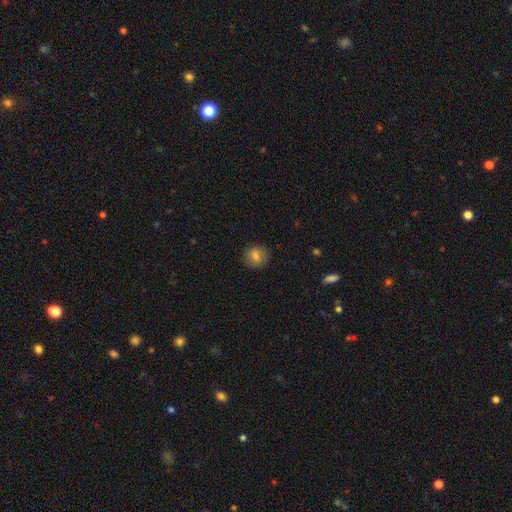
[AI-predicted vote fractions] smooth-or-featured: smooth: 80% | featured or disk: 11% | star or artifact: 10%
  how-rounded: round: 81% | in between: 18% | cigar-shaped: 1%
  merging: none: 88% | minor disturbance: 9% | major disturbance: 2% | merger: 1%